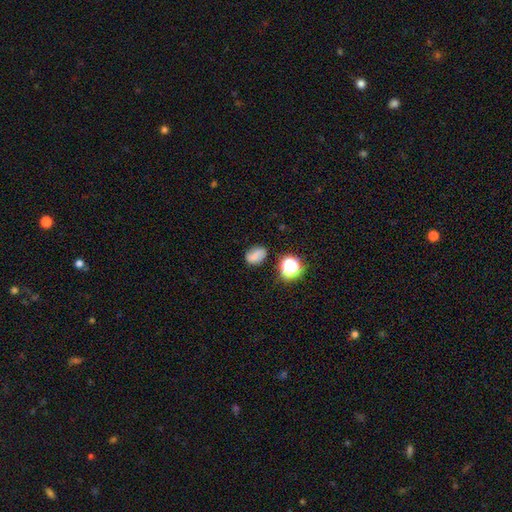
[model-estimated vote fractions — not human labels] This appears to be a smooth galaxy with no disk features (70%) that is in between round and cigar-shaped (72%). Merging: none (72%).